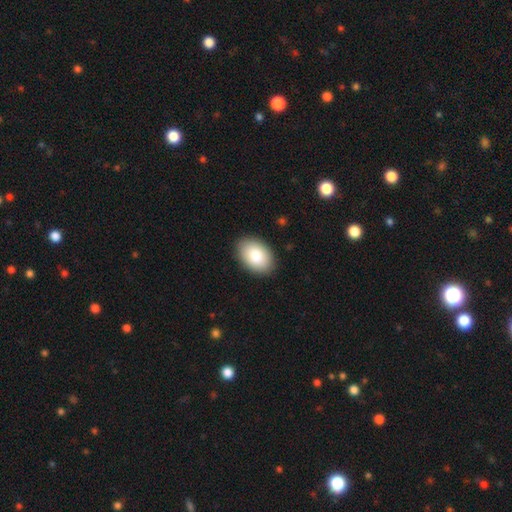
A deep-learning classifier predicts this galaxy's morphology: type=smooth (85%); roundness=in between (90%); merging=none (89%).